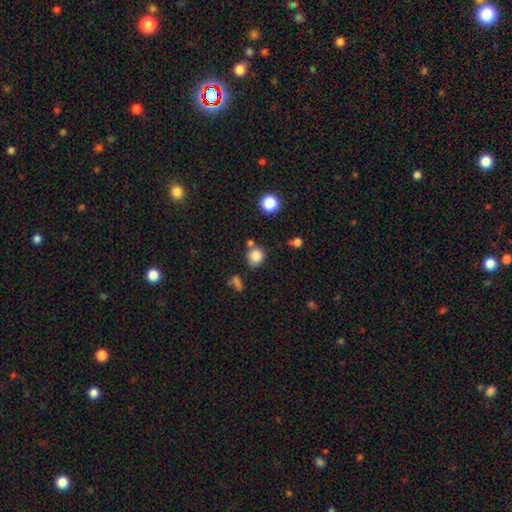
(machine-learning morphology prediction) Smooth or featured? Predicted: smooth (p=0.83). How rounded? Predicted: round (p=0.82). Merging? Predicted: none (p=0.68).